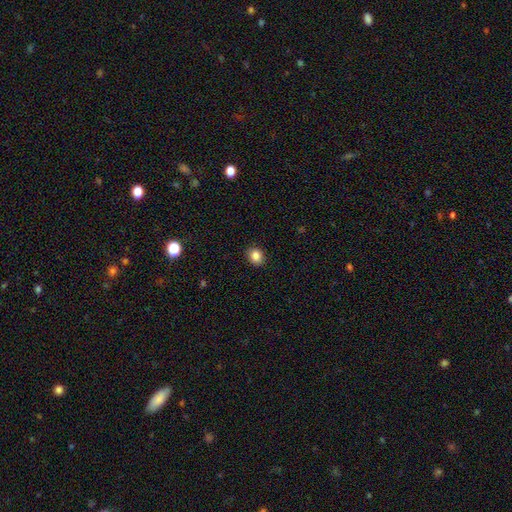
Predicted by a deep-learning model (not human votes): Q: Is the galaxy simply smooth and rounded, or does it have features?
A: smooth — 85%.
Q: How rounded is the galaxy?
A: round — 60%.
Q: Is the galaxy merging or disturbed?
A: none — 90%.